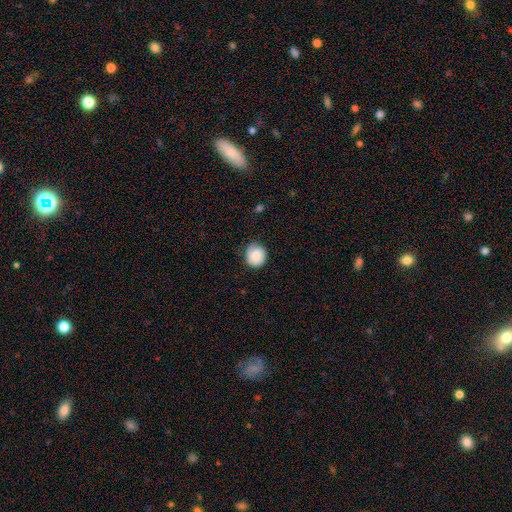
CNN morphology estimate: The model was most divided on "merging": none: 79%, minor disturbance: 17%, major disturbance: 3%, merger: 1%. More confident: how rounded — round (86%); smooth or featured — smooth (81%).